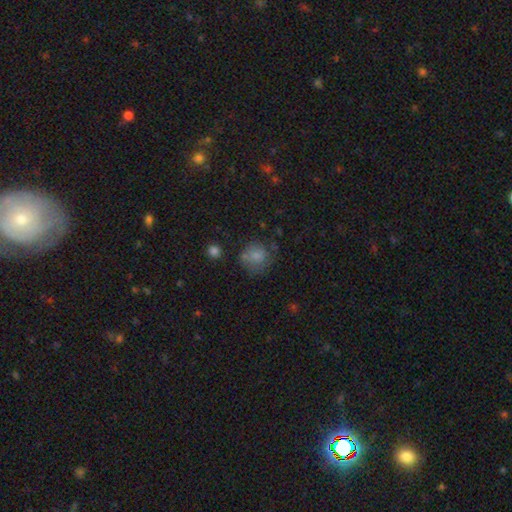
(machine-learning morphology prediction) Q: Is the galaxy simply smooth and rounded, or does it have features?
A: smooth — 76%.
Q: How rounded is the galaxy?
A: round — 82%.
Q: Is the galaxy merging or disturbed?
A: none — 58%.